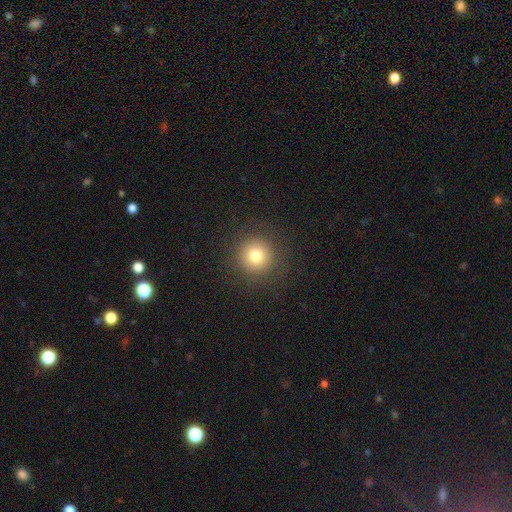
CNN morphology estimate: The model was most divided on "smooth or featured": smooth: 79%, star or artifact: 13%, featured or disk: 8%. More confident: how rounded — round (95%); merging — none (90%).